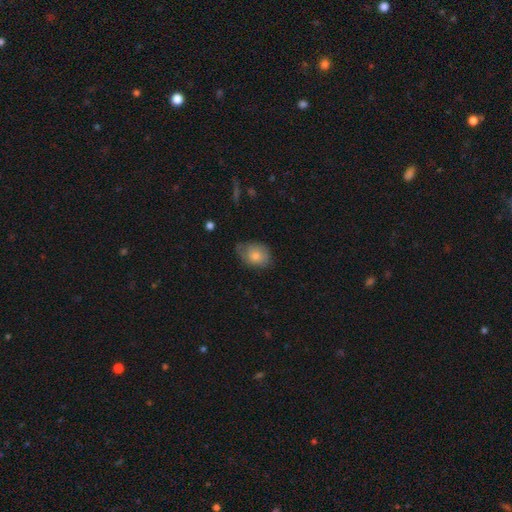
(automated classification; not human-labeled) Smooth or featured: smooth — 74% (featured or disk — 18%)
How rounded: in between — 62% (round — 37%)
Merging: none — 48% (minor disturbance — 37%)